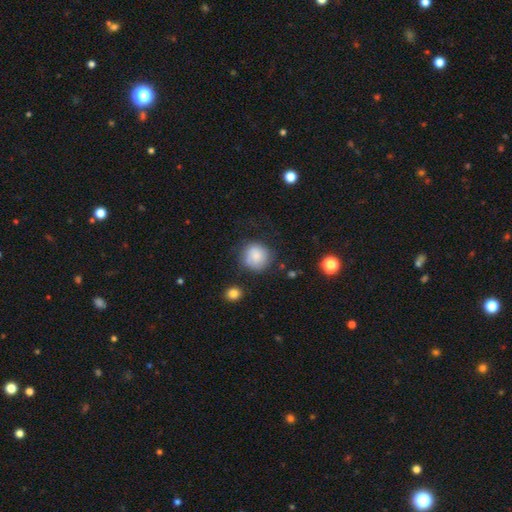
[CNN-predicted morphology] A smooth galaxy with no disk features (80%) that is round (90%).

Vote fractions:
- Smooth or featured? smooth: 80% / featured or disk: 12% / star or artifact: 8%
- How rounded? round: 90% / in between: 9% / cigar-shaped: 1%
- Merging? none: 71% / minor disturbance: 18% / major disturbance: 8% / merger: 3%